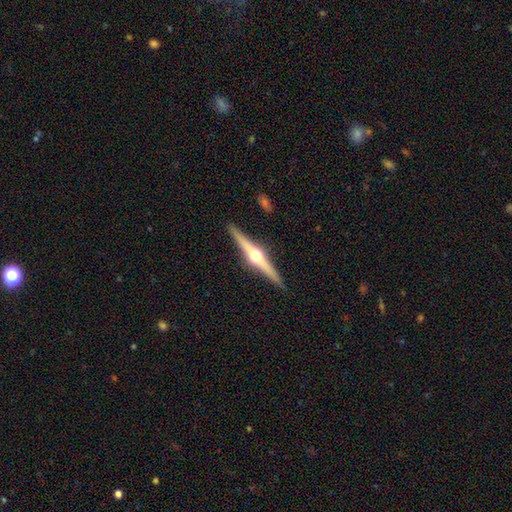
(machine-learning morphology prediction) featured or disk 82%, smooth 13%, star or artifact 5%. Down the decision tree: edge-on disk — yes (98%); edge-on bulge — rounded (96%); merging — none (91%).